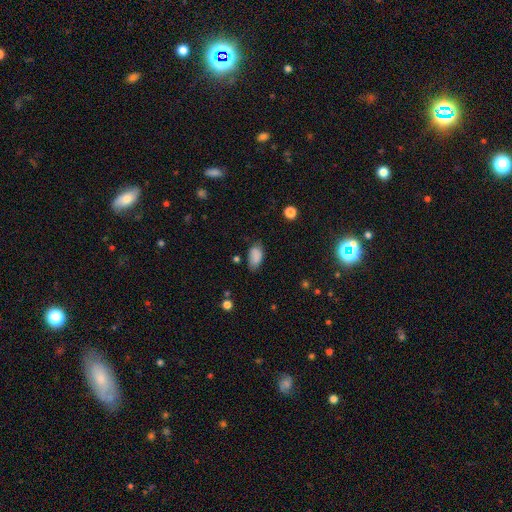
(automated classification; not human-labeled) The model was most divided on "merging": none: 66%, minor disturbance: 26%, major disturbance: 6%, merger: 2%. More confident: how rounded — in between (92%); smooth or featured — smooth (85%).